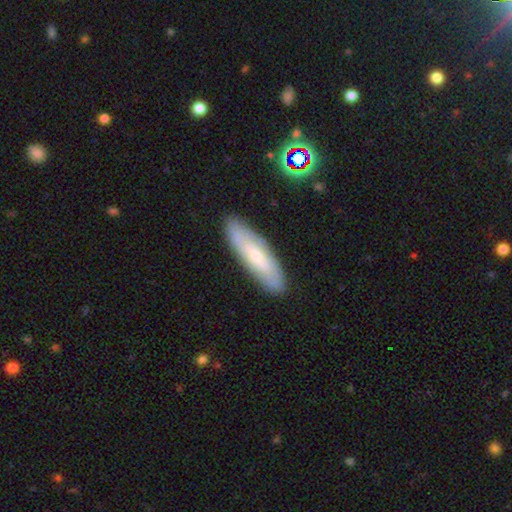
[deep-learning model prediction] Q: Smooth or featured?
A: smooth (51%); runner-up: featured or disk (42%)
Q: How rounded?
A: cigar-shaped (62%); runner-up: in between (36%)
Q: Merging?
A: none (85%); runner-up: minor disturbance (11%)